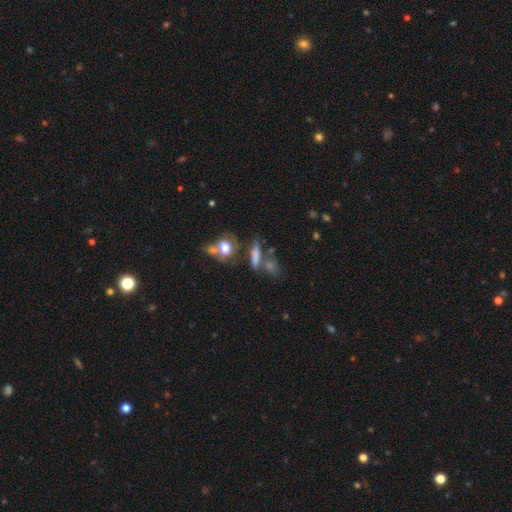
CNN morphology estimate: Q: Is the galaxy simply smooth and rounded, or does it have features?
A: smooth — 57%.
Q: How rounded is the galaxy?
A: cigar-shaped — 44%.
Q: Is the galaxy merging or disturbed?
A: none — 52%.